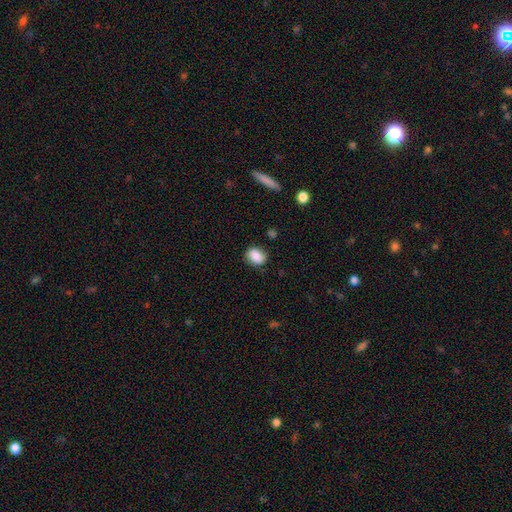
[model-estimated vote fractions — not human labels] Morphology: type=smooth (85%); roundness=in between (64%); merging=none (78%).